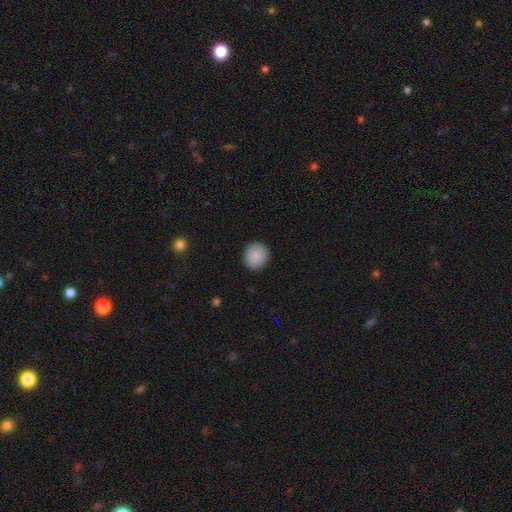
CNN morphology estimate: Smooth or featured? Predicted: smooth (p=0.89). How rounded? Predicted: round (p=0.82). Merging? Predicted: none (p=0.90).